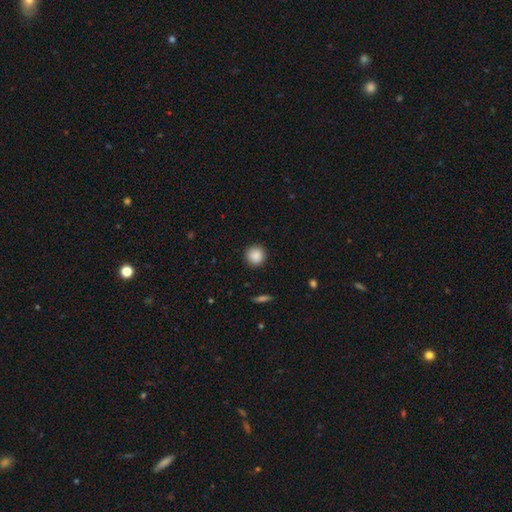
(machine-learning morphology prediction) A smooth galaxy with no disk features (89%) that is round (94%).

Vote fractions:
- Smooth or featured? smooth: 89% / star or artifact: 8% / featured or disk: 3%
- How rounded? round: 94% / in between: 5% / cigar-shaped: 1%
- Merging? none: 92% / minor disturbance: 5% / major disturbance: 2% / merger: 1%